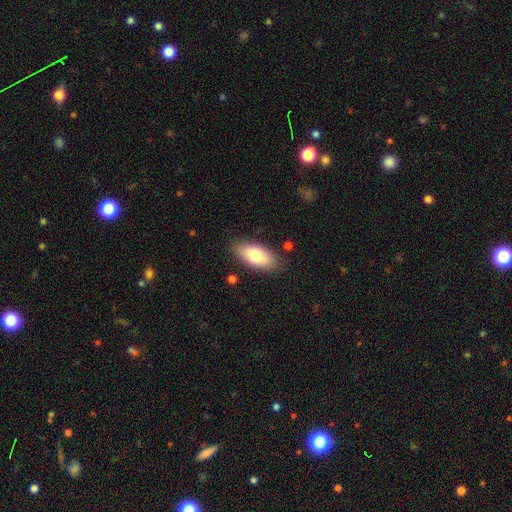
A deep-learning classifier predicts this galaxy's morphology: Q: Smooth or featured?
A: smooth (78%); runner-up: featured or disk (16%)
Q: How rounded?
A: in between (88%); runner-up: cigar-shaped (9%)
Q: Merging?
A: none (85%); runner-up: minor disturbance (11%)